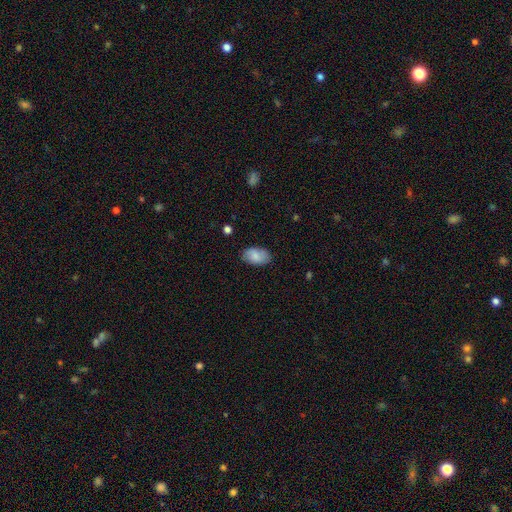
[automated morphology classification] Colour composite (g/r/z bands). It shows a smooth galaxy with no disk features (82%) that is in between round and cigar-shaped (93%). Merging: none (83%).